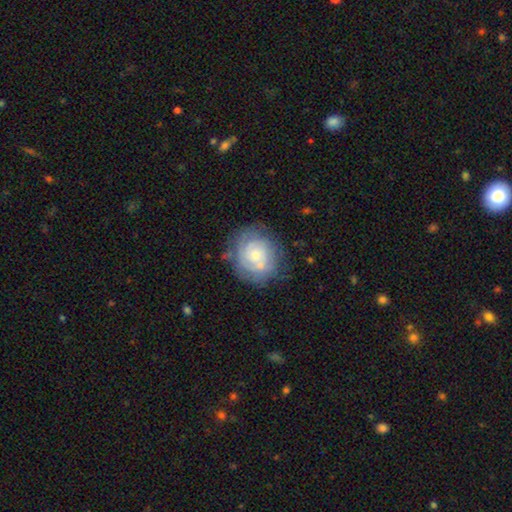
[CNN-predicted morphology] Smooth or featured?
  - featured or disk: 63% *
  - smooth: 30%
  - star or artifact: 7%
Edge-on disk?
  - no: 98% *
  - yes: 2%
Bar?
  - no: 79% *
  - weak: 19%
  - strong: 3%
Spiral arms?
  - yes: 77% *
  - no: 23%
Bulge size?
  - small: 58% *
  - moderate: 35%
  - large: 3%
  - none: 3%
  - dominant: 1%
Merging?
  - none: 66% *
  - minor disturbance: 19%
  - major disturbance: 8%
  - merger: 7%